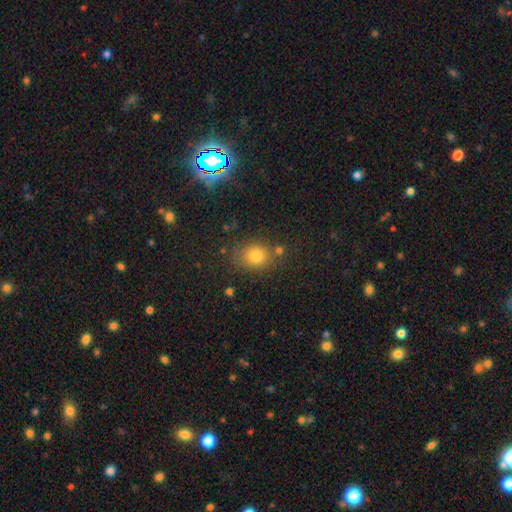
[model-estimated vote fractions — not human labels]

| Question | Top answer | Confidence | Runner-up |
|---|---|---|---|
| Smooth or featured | smooth | 73% | star or artifact (19%) |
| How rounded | round | 64% | in between (34%) |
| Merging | none | 74% | minor disturbance (13%) |